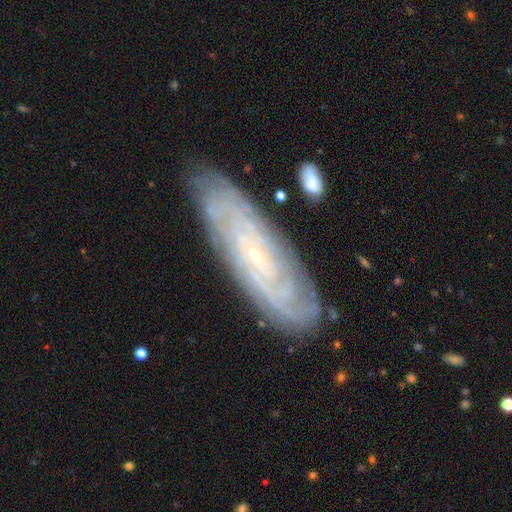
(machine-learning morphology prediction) smooth-or-featured: featured or disk: 81% | smooth: 12% | star or artifact: 7%
  disk-edge-on: no: 84% | yes: 16%
    bar: no: 67% | weak: 26% | strong: 8%
    has-spiral-arms: yes: 95% | no: 5%
      spiral-winding: tight: 78% | medium: 17% | loose: 4%
      spiral-arm-count: can't tell: 46% | 2: 14% | 4: 13% | 3: 11% | more than 4: 10% | 1: 5%
    bulge-size: small: 87% | moderate: 9% | none: 3% | large: 1% | dominant: 1%
  merging: none: 82% | minor disturbance: 13% | major disturbance: 3% | merger: 2%